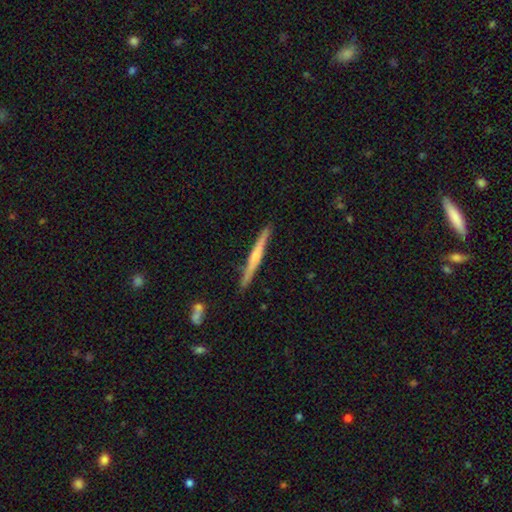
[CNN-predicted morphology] This appears to be a featured or disk galaxy (56%) viewed edge-on (97%) with no central bulge (43%). Merging: none (88%).